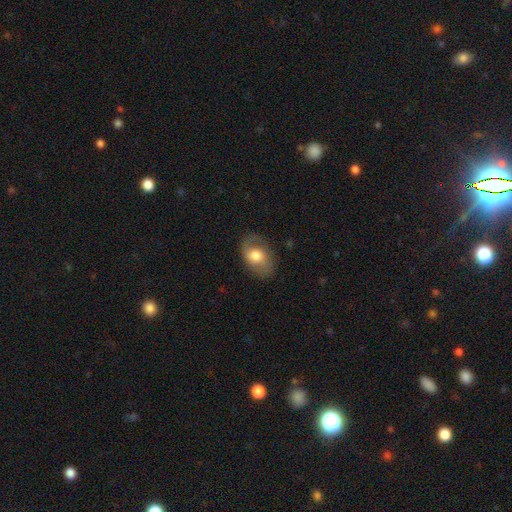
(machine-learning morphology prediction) A smooth galaxy with no disk features (54%) that is in between round and cigar-shaped (82%).

Vote fractions:
- Smooth or featured? smooth: 54% / featured or disk: 39% / star or artifact: 7%
- How rounded? in between: 82% / round: 17% / cigar-shaped: 1%
- Merging? none: 71% / minor disturbance: 19% / major disturbance: 8% / merger: 1%